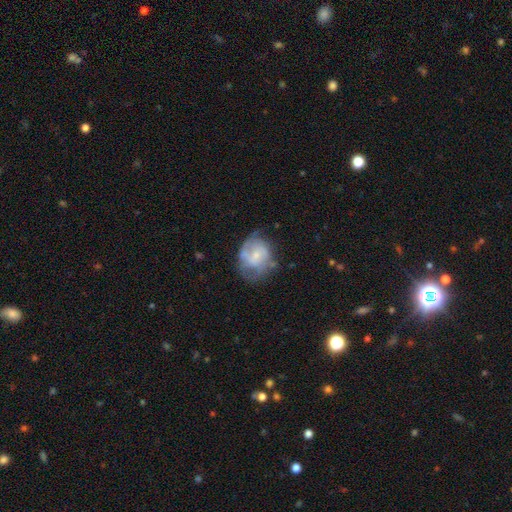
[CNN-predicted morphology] Smooth or featured? Predicted: featured or disk (p=0.55). Edge-on disk? Predicted: no (p=0.98). Bar? Predicted: no (p=0.66). Spiral arms? Predicted: yes (p=0.58). Bulge size? Predicted: small (p=0.54). Merging? Predicted: none (p=0.46).